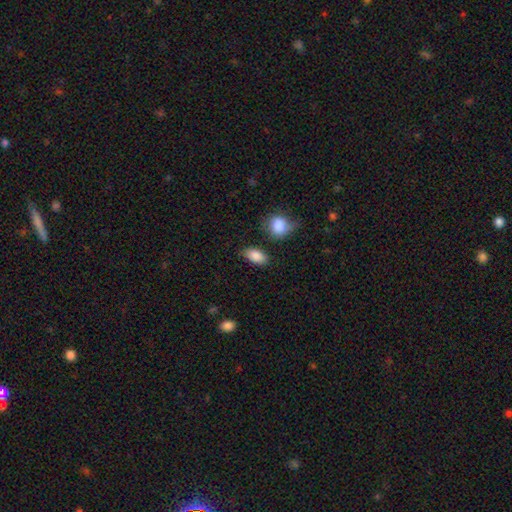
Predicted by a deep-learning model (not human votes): smooth 87%, star or artifact 8%, featured or disk 5%. Down the decision tree: how rounded — in between (90%); merging — none (75%).